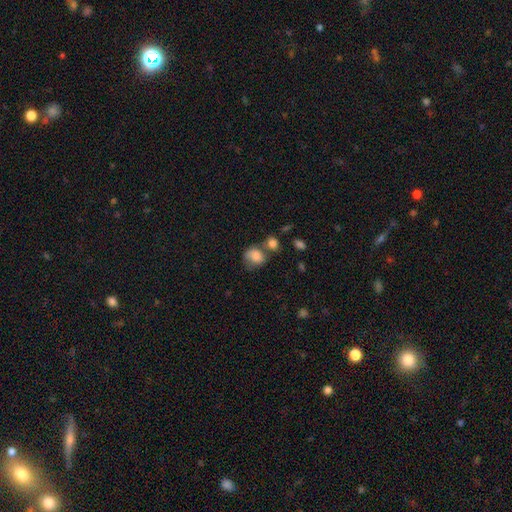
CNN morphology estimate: Smooth or featured?
  - smooth: 77% *
  - featured or disk: 14%
  - star or artifact: 9%
How rounded?
  - round: 54% *
  - in between: 45%
  - cigar-shaped: 1%
Merging?
  - none: 38% *
  - merger: 28%
  - minor disturbance: 22%
  - major disturbance: 12%